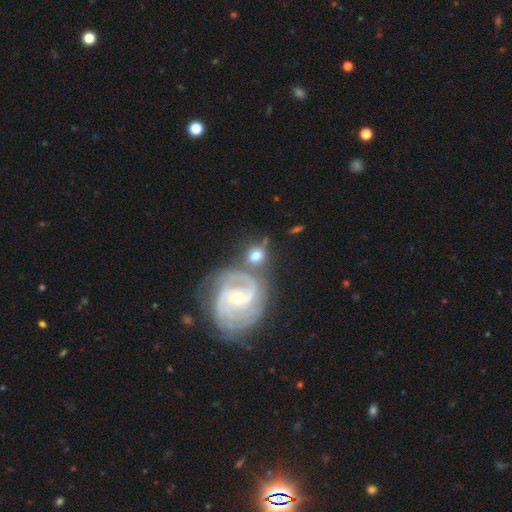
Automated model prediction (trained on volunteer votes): The model was most divided on "smooth or featured": smooth: 47%, featured or disk: 45%, star or artifact: 8%. Remaining: merging — none (50%).